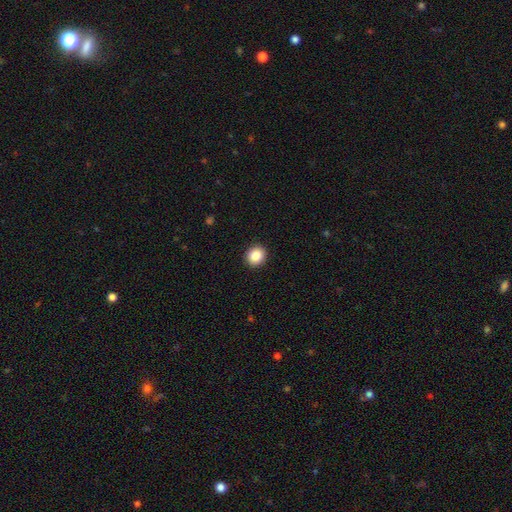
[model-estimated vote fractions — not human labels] Smooth or featured? smooth (86%)
How rounded? round (81%)
Merging? none (93%)